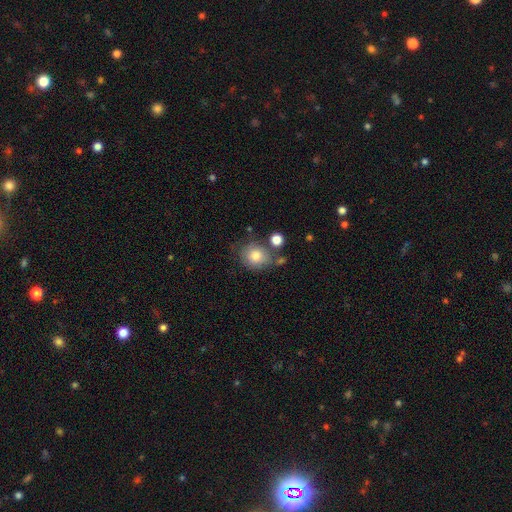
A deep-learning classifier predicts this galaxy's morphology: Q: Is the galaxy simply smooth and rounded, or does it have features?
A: smooth — 79%.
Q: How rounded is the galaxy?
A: round — 77%.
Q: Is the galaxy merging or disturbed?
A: none — 64%.